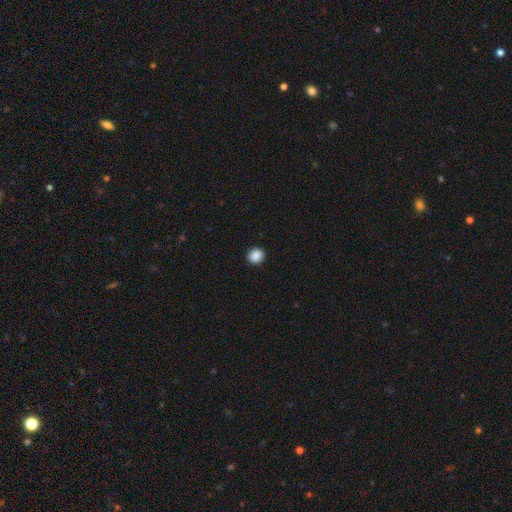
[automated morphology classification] Smooth or featured? smooth (88%)
How rounded? round (88%)
Merging? none (91%)